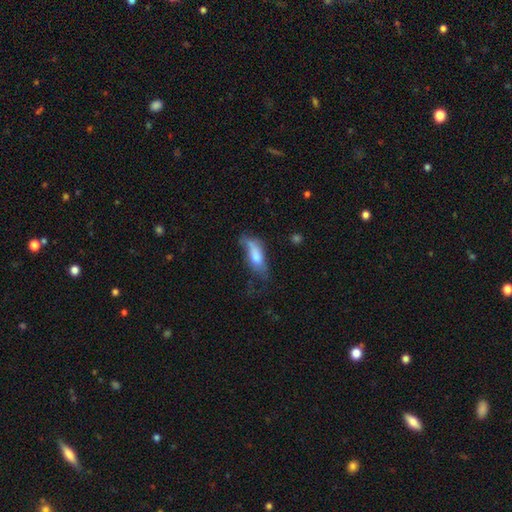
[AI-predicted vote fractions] Morphology: type=smooth (61%); roundness=in between (63%); merging=none (34%).